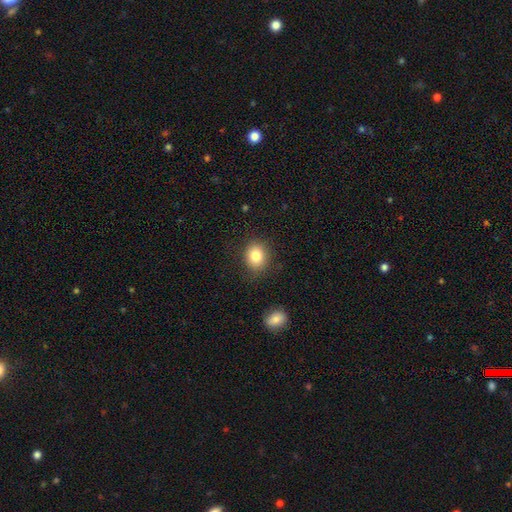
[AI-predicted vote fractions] This is clearly a smooth galaxy (83%). How rounded: likely round (62%). Merging: clearly none (84%).